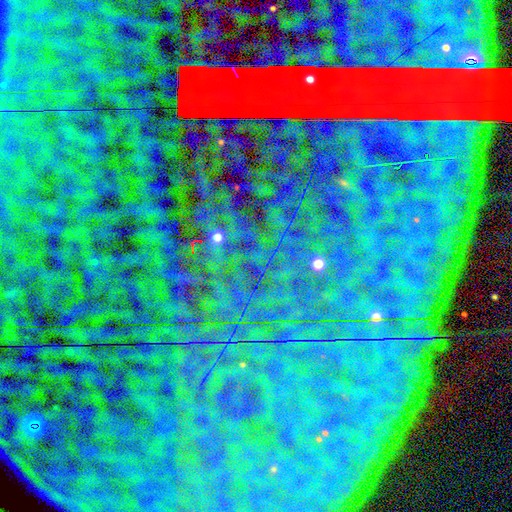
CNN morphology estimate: type=star or artifact (84%).